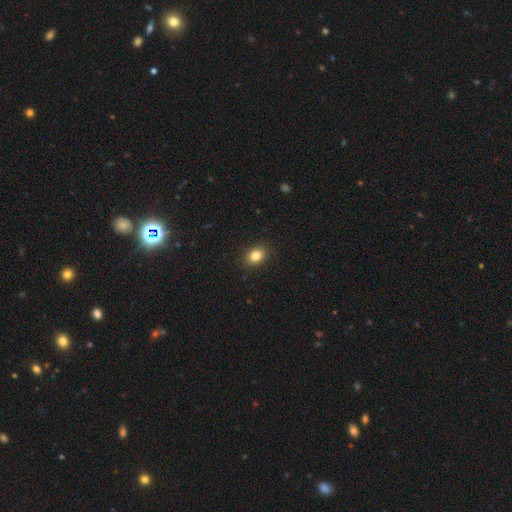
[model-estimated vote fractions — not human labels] A smooth galaxy with no disk features (84%) that is in between round and cigar-shaped (63%). Merging: none (90%).